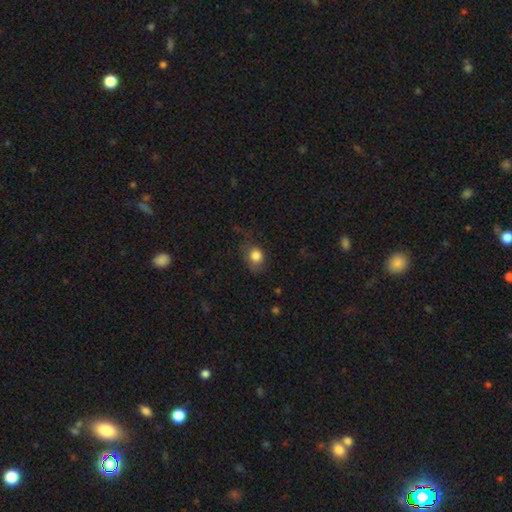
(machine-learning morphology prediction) This is clearly a smooth galaxy (83%). How rounded: possibly round (56%). Merging: possibly none (58%).